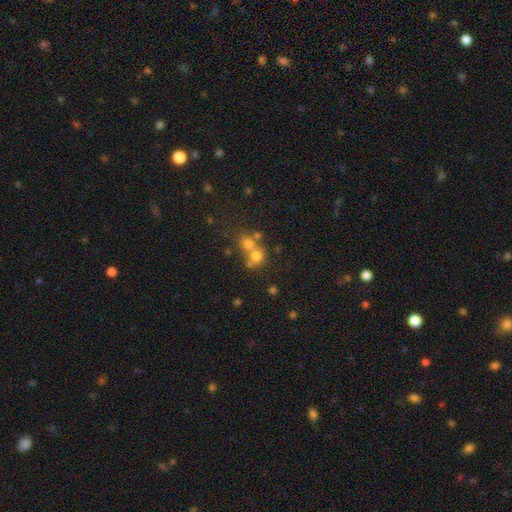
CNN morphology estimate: Smooth or featured?
  - smooth: 68% *
  - featured or disk: 16%
  - star or artifact: 16%
How rounded?
  - round: 78% *
  - in between: 21%
  - cigar-shaped: 1%
Merging?
  - merger: 54% *
  - none: 36%
  - minor disturbance: 7%
  - major disturbance: 4%